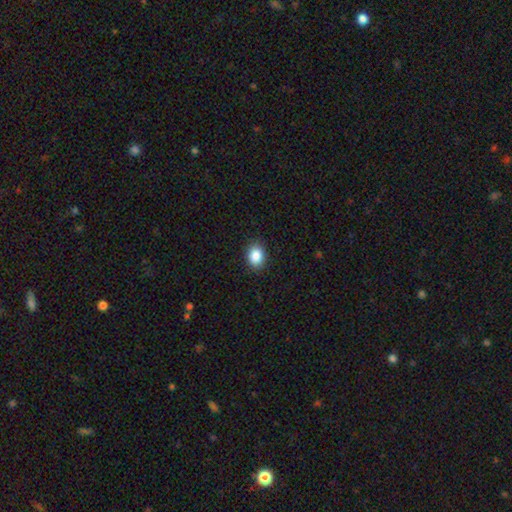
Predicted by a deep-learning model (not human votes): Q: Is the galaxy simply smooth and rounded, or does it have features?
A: smooth — 88%.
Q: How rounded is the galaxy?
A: in between — 64%.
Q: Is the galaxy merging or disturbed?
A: none — 89%.